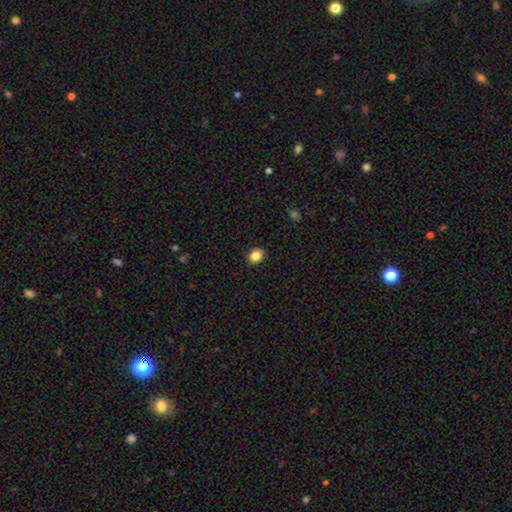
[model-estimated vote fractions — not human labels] Overall: smooth (86%). How rounded: round (56%; in between 43%). Merging: none (89%).